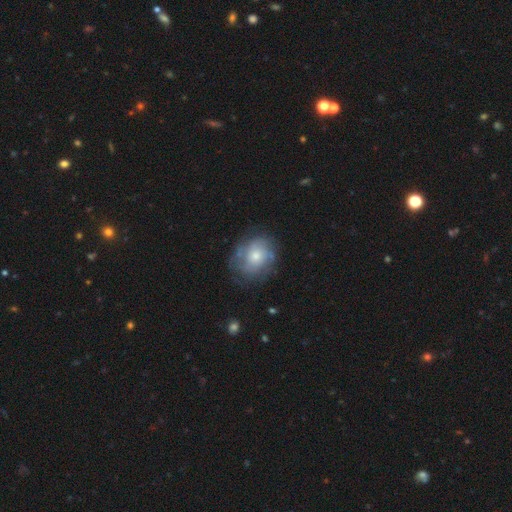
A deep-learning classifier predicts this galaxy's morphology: Q: Smooth or featured?
A: featured or disk (48%); runner-up: smooth (45%)
Q: Merging?
A: none (66%); runner-up: minor disturbance (22%)